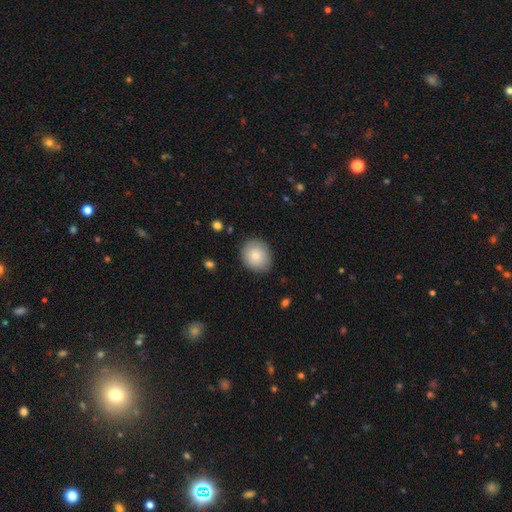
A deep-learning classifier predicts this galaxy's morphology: This is clearly a smooth galaxy (82%). How rounded: likely round (65%). Merging: clearly none (83%).